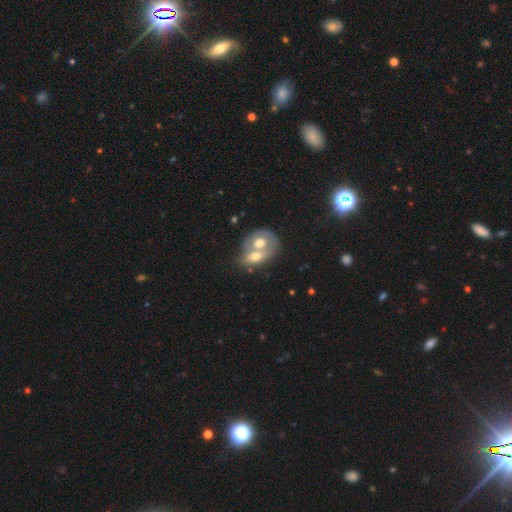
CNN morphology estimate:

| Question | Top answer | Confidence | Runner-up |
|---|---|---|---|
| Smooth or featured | smooth | 51% | featured or disk (40%) |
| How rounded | in between | 53% | round (45%) |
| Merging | merger | 74% | none (16%) |